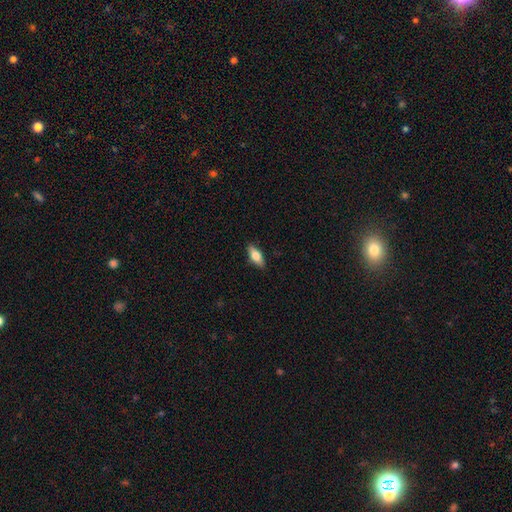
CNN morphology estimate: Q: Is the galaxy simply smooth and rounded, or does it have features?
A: smooth — 67%.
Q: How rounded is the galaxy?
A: in between — 72%.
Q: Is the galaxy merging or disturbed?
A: none — 88%.